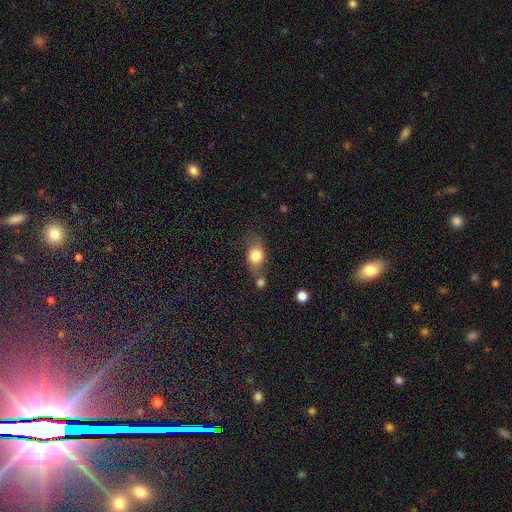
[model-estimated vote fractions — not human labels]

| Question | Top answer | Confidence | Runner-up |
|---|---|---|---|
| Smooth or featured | smooth | 78% | featured or disk (13%) |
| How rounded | in between | 58% | round (39%) |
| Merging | none | 49% | merger (22%) |